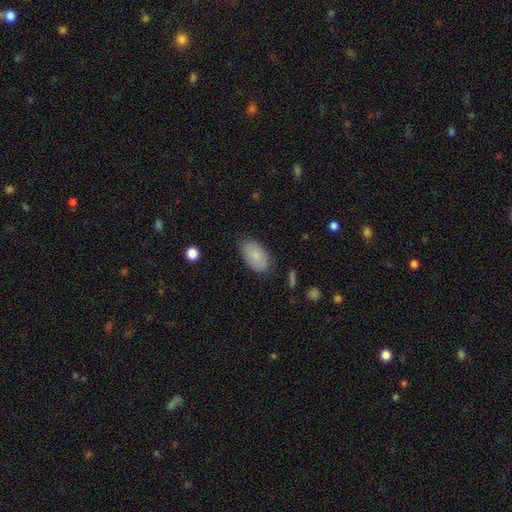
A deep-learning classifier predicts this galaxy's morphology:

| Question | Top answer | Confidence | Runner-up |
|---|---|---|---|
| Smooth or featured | smooth | 83% | featured or disk (11%) |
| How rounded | in between | 94% | round (4%) |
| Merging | none | 81% | minor disturbance (15%) |